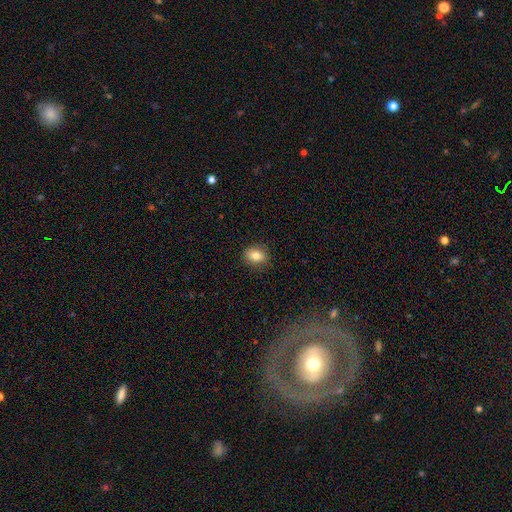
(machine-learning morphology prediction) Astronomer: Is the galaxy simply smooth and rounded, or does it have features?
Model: smooth — 81%.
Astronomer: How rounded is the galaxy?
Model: in between — 58% (runner-up: round, 41%).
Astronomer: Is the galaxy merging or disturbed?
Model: none — 87%.